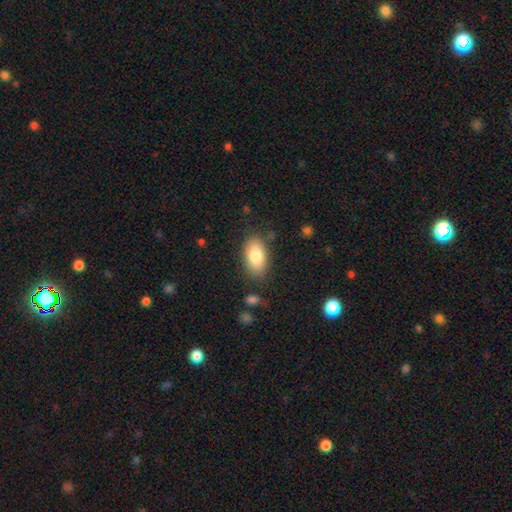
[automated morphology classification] smooth 82%, featured or disk 11%, star or artifact 7%. Down the decision tree: how rounded — in between (93%); merging — none (80%).